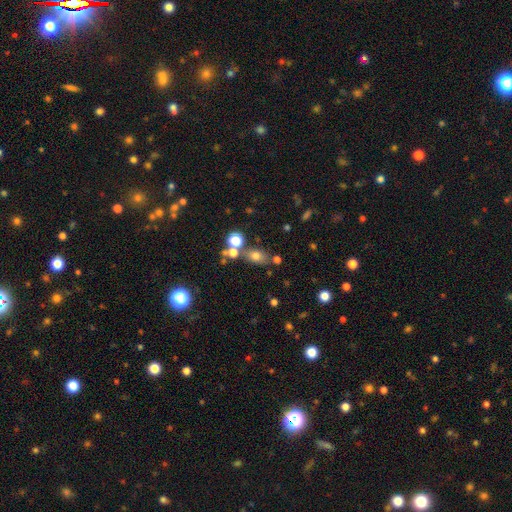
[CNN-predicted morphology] This appears to be a smooth galaxy with no disk features (69%) that is in between round and cigar-shaped (68%). Merging: none (64%).